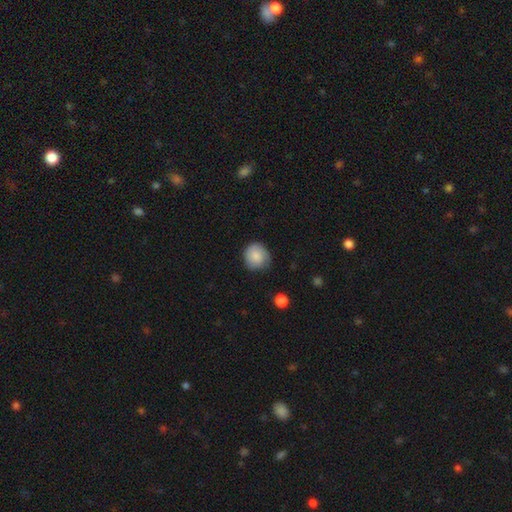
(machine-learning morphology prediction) Smooth or featured? Predicted: smooth (p=0.80). How rounded? Predicted: round (p=0.86). Merging? Predicted: none (p=0.70).